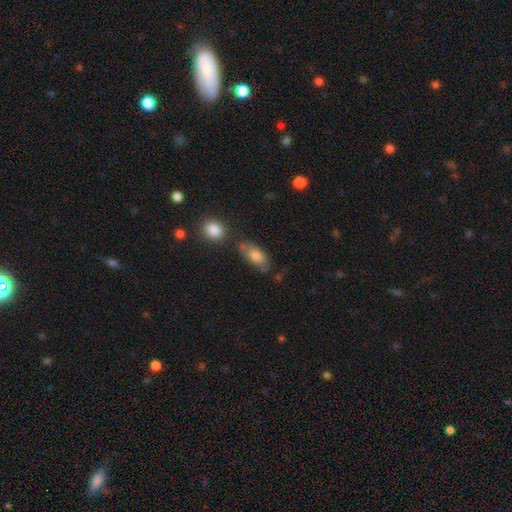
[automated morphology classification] type=smooth (76%); roundness=in between (88%); merging=none (59%).